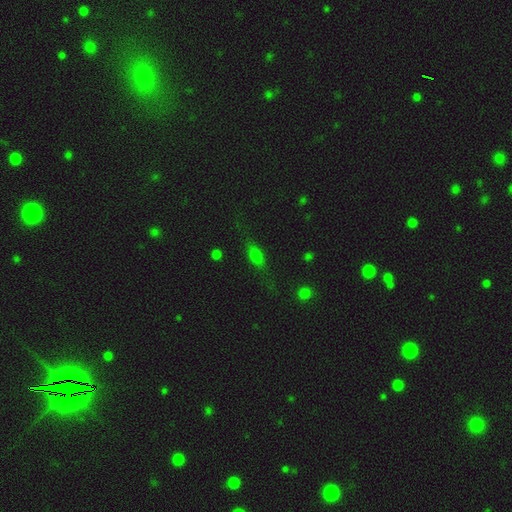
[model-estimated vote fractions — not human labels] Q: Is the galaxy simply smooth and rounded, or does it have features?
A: smooth — 66%.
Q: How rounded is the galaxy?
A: in between — 67%.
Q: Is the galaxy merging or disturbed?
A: none — 74%.